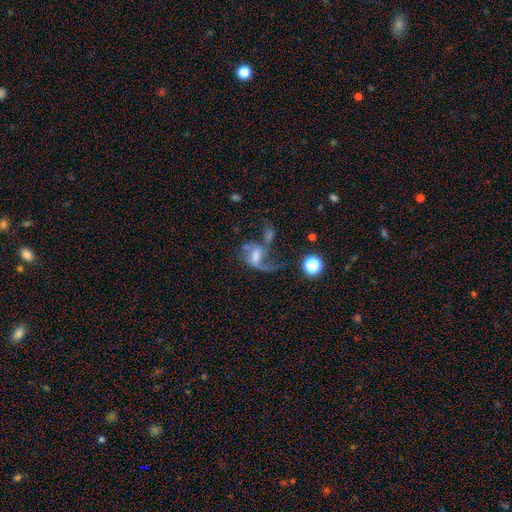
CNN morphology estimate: Q: Smooth or featured?
A: featured or disk (63%); runner-up: smooth (23%)
Q: Edge-on disk?
A: no (96%); runner-up: yes (4%)
Q: Bar?
A: weak (43%); runner-up: no (41%)
Q: Spiral arms?
A: yes (78%); runner-up: no (22%)
Q: Bulge size?
A: moderate (40%); runner-up: small (25%)
Q: Merging?
A: major disturbance (38%); runner-up: merger (26%)